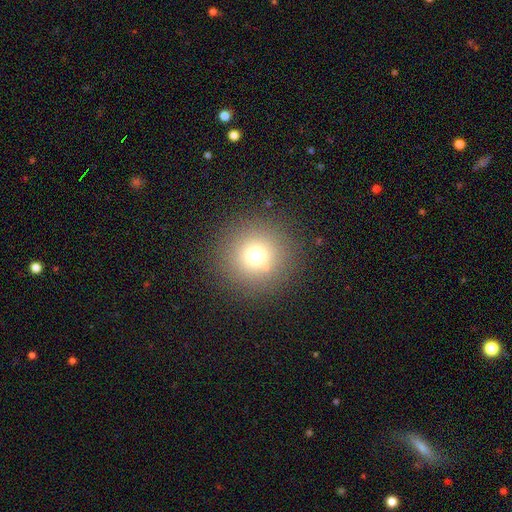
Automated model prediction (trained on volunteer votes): Overall: smooth (70%). How rounded: round (96%). Merging: none (88%).